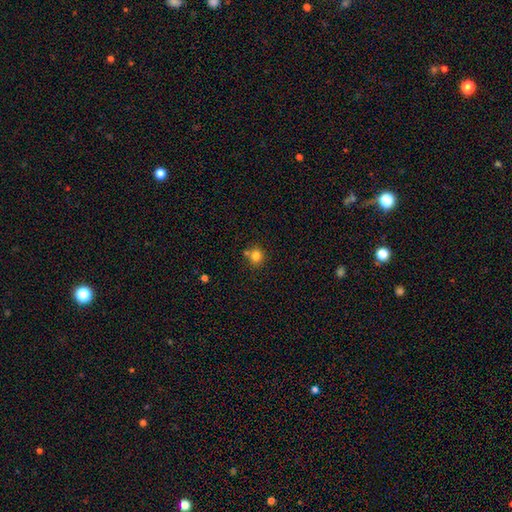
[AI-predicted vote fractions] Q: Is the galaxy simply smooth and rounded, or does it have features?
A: smooth — 82%.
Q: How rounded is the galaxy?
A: round — 87%.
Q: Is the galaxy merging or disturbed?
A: none — 70%.